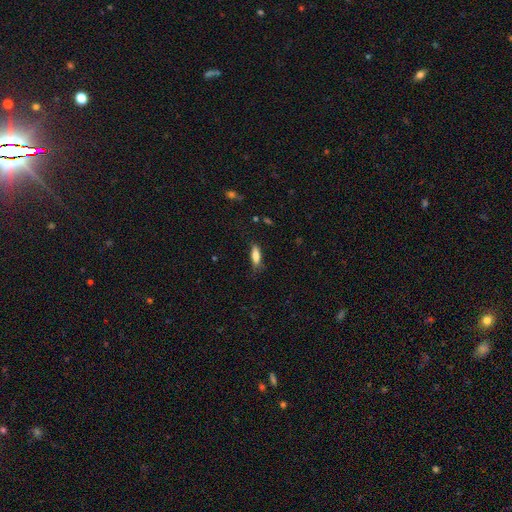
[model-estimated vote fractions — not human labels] smooth_or_featured: smooth (p=0.80) [alt: featured or disk p=0.12]
how_rounded: in between (p=0.56) [alt: cigar-shaped p=0.42]
merging: none (p=0.68) [alt: minor disturbance p=0.24]